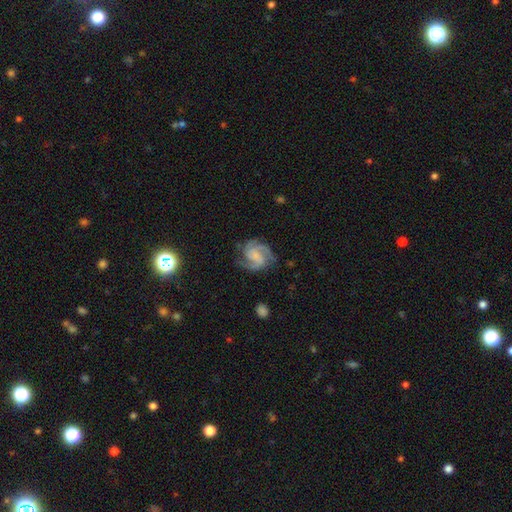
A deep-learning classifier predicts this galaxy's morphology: featured or disk 88%, smooth 7%, star or artifact 5%. Down the decision tree: edge-on disk — no (98%); bar — no (46%); spiral arms — yes (98%); spiral arm count — 2 (44%); spiral winding — medium (54%); bulge size — small (51%); merging — none (73%).